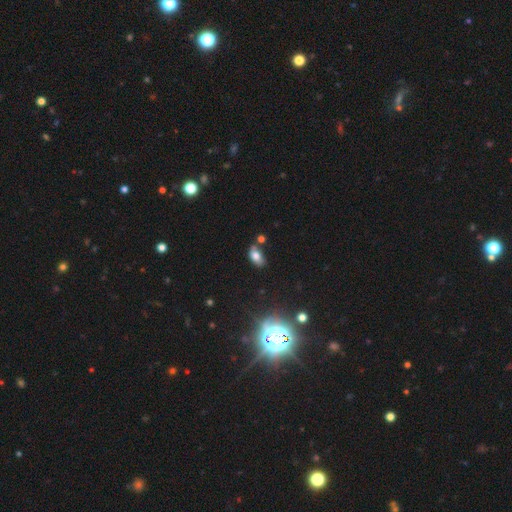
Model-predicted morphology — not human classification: This appears to be a smooth galaxy with no disk features (72%) that is in between round and cigar-shaped (90%). Merging: none (54%).